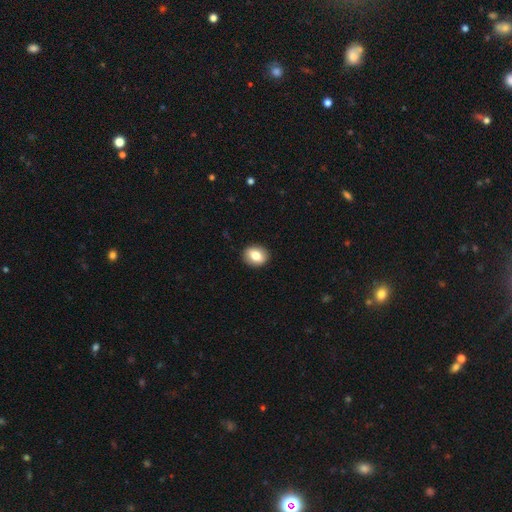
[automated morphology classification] Smooth or featured?
  - smooth: 78% *
  - featured or disk: 14%
  - star or artifact: 8%
How rounded?
  - round: 50% *
  - in between: 49%
  - cigar-shaped: 1%
Merging?
  - none: 90% *
  - minor disturbance: 7%
  - major disturbance: 2%
  - merger: 1%